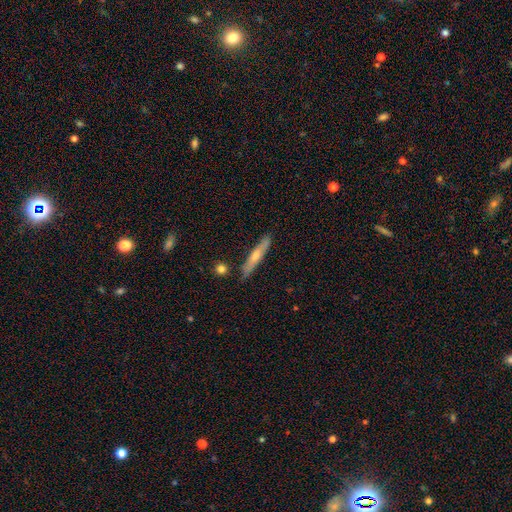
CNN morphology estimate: A featured or disk galaxy (49%).

Vote fractions:
- Smooth or featured? featured or disk: 49% / smooth: 45% / star or artifact: 6%
- Merging? none: 85% / minor disturbance: 11% / merger: 3% / major disturbance: 2%